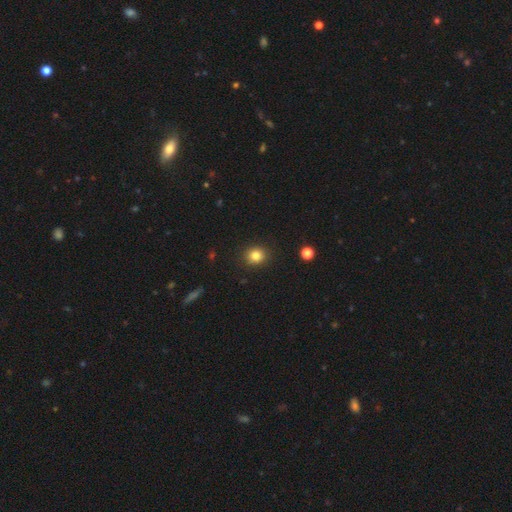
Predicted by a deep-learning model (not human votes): The model was most divided on "how rounded": round: 78%, in between: 21%, cigar-shaped: 1%. More confident: merging — none (90%); smooth or featured — smooth (83%).